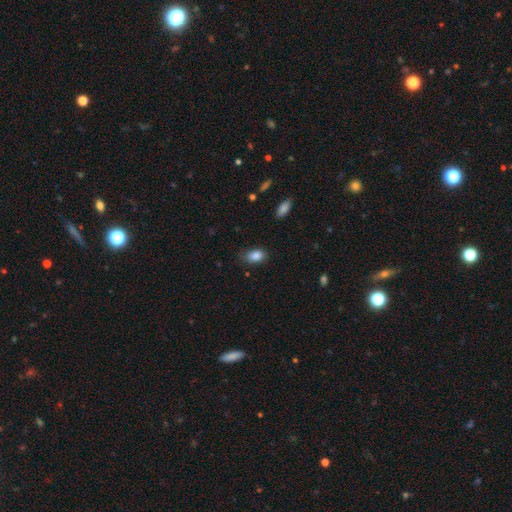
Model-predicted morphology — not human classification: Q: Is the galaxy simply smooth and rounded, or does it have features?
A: smooth — 87%.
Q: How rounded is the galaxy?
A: in between — 88%.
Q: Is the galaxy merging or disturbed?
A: none — 76%.